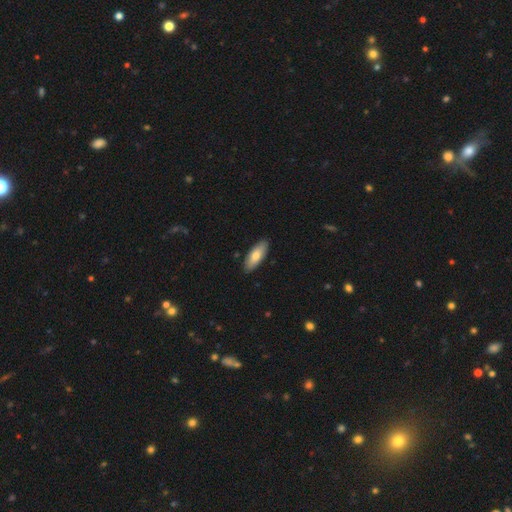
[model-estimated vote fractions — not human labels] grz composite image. It shows a smooth galaxy with no disk features (74%) that is in between round and cigar-shaped (72%). Merging: none (88%).